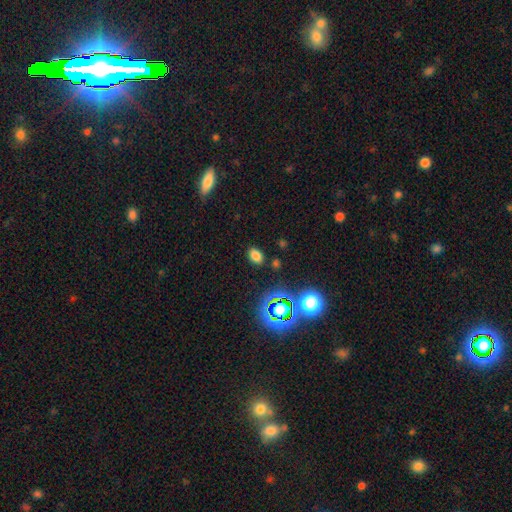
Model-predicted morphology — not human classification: Smooth or featured? smooth (75%)
How rounded? in between (80%)
Merging? none (84%)